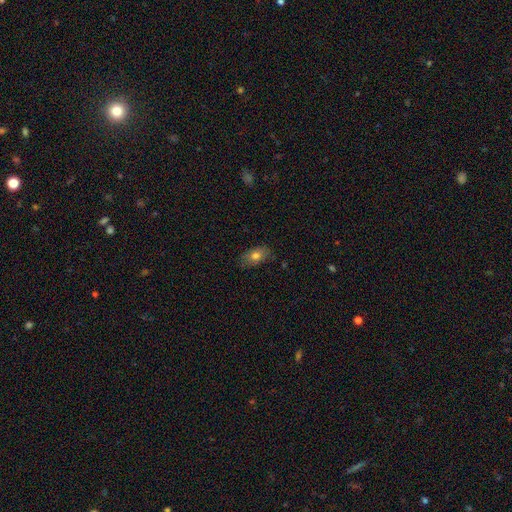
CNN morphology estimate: This appears to be a smooth galaxy with no disk features (76%) that is in between round and cigar-shaped (89%). Merging: none (81%).